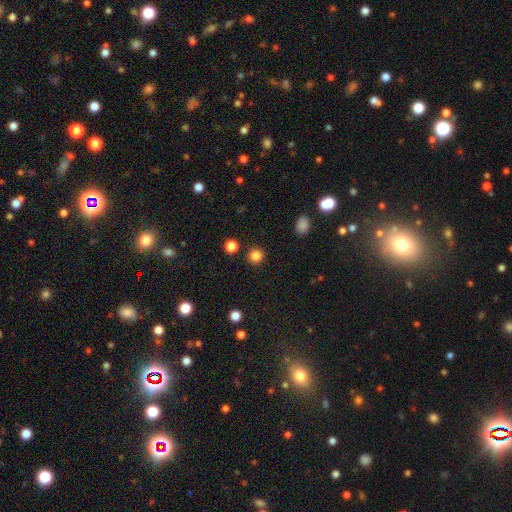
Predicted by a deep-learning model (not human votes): A smooth galaxy with no disk features (84%) that is round (94%).

Vote fractions:
- Smooth or featured? smooth: 84% / star or artifact: 13% / featured or disk: 3%
- How rounded? round: 94% / in between: 5% / cigar-shaped: 1%
- Merging? none: 91% / minor disturbance: 5% / merger: 2% / major disturbance: 2%